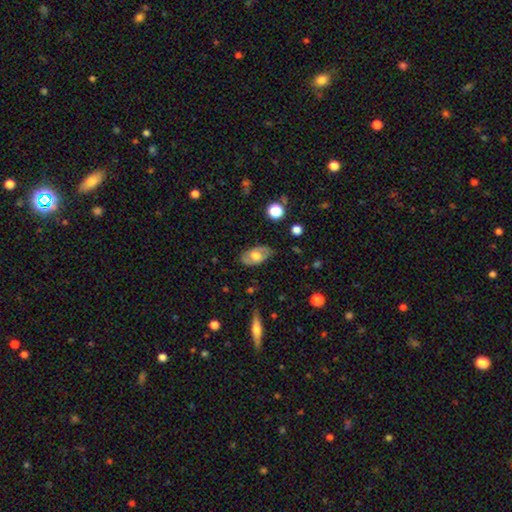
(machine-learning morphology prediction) smooth 52%, featured or disk 41%, star or artifact 7%. Down the decision tree: how rounded — in between (91%); merging — none (78%).